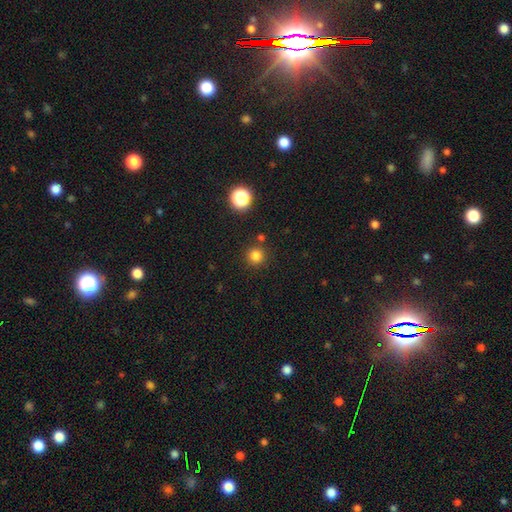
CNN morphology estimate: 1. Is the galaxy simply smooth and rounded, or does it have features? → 81% smooth, 15% star or artifact, 5% featured or disk.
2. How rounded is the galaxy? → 95% round, 4% in between, 1% cigar-shaped.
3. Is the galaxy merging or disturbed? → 86% none, 6% minor disturbance, 5% merger, 3% major disturbance.